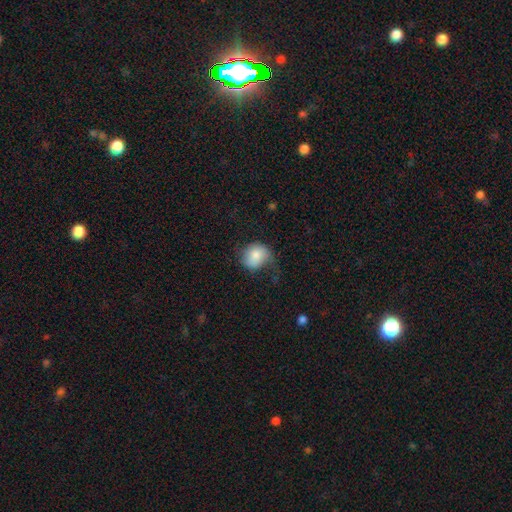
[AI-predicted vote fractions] Morphology: type=smooth (77%); roundness=round (68%); merging=none (42%).